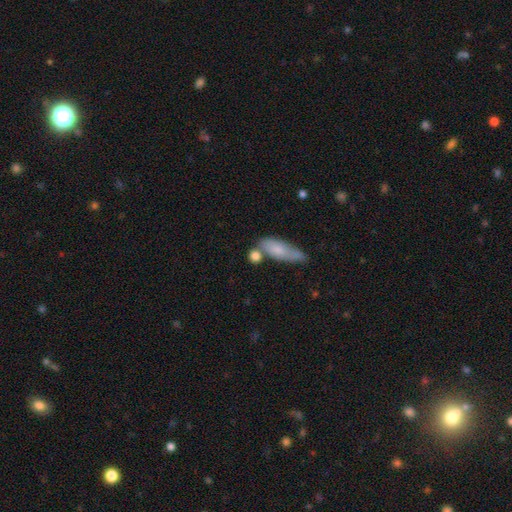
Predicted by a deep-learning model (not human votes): A smooth galaxy with no disk features (81%) that is round (52%).

Vote fractions:
- Smooth or featured? smooth: 81% / featured or disk: 11% / star or artifact: 8%
- How rounded? round: 52% / in between: 36% / cigar-shaped: 12%
- Merging? none: 55% / merger: 27% / minor disturbance: 13% / major disturbance: 5%